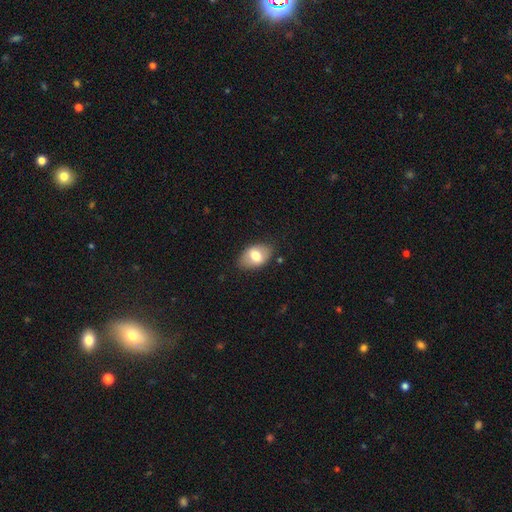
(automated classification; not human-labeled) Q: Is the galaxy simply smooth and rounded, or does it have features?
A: smooth — 67%.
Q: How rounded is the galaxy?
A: in between — 87%.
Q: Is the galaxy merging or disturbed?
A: none — 79%.